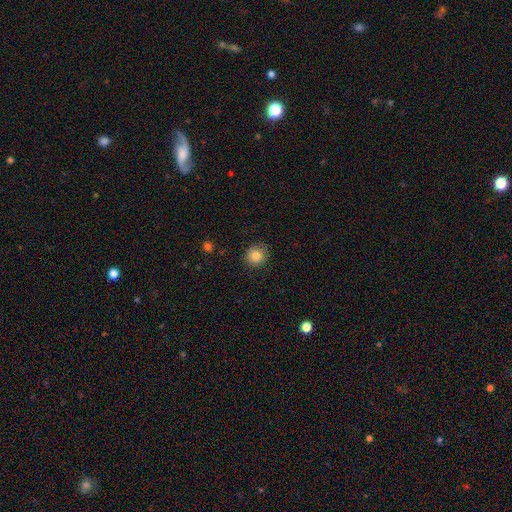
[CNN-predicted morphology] Smooth or featured: smooth — 83% (star or artifact — 11%)
How rounded: round — 91% (in between — 8%)
Merging: none — 88% (minor disturbance — 9%)